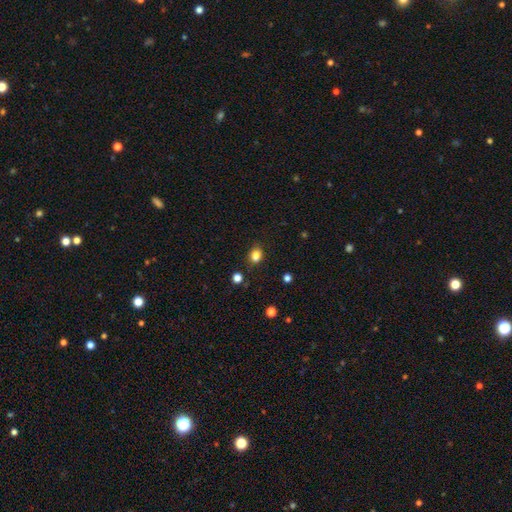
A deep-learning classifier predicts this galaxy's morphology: Smooth or featured? smooth (83%)
How rounded? in between (57%)
Merging? none (80%)